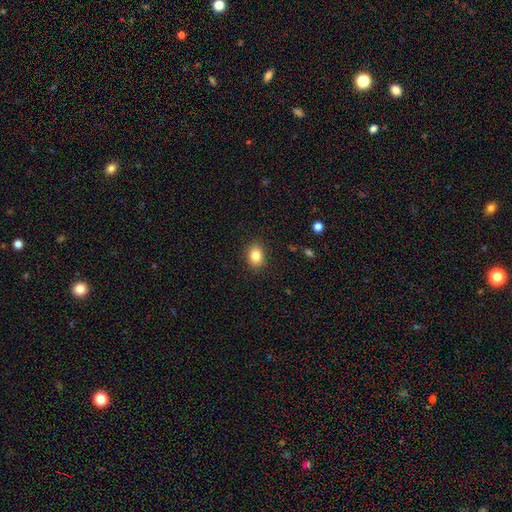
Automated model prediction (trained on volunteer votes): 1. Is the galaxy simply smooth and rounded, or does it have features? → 85% smooth, 9% star or artifact, 6% featured or disk.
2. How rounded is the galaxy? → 58% in between, 41% round, 1% cigar-shaped.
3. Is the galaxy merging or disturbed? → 89% none, 8% minor disturbance, 2% major disturbance, 1% merger.